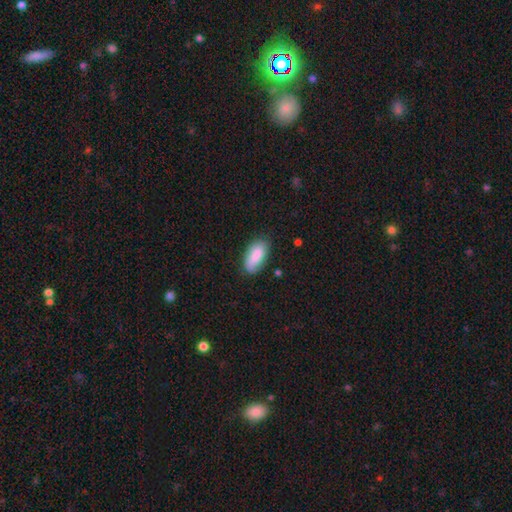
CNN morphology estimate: Smooth or featured? Predicted: smooth (p=0.83). How rounded? Predicted: in between (p=0.90). Merging? Predicted: none (p=0.73).